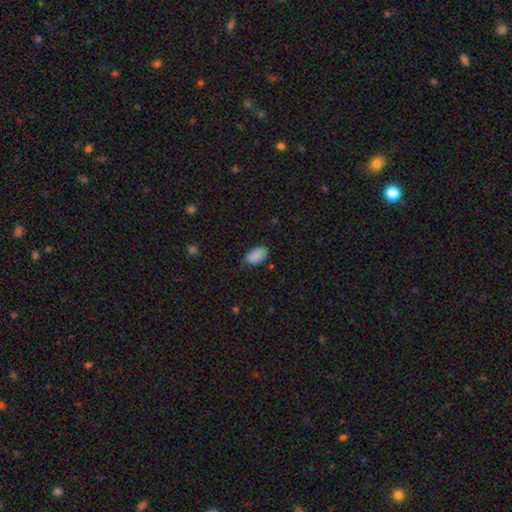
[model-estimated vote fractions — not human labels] smooth_or_featured: smooth (p=0.88) [alt: star or artifact p=0.07]
how_rounded: in between (p=0.93) [alt: round p=0.05]
merging: none (p=0.71) [alt: minor disturbance p=0.24]